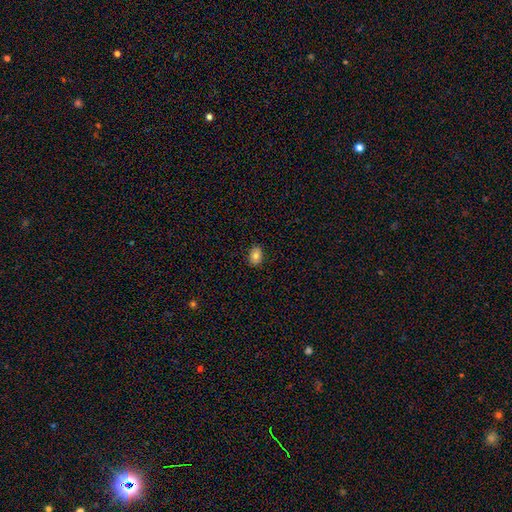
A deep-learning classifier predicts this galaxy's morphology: Smooth or featured: smooth — 80% (featured or disk — 11%)
How rounded: in between — 68% (round — 31%)
Merging: none — 87% (minor disturbance — 10%)